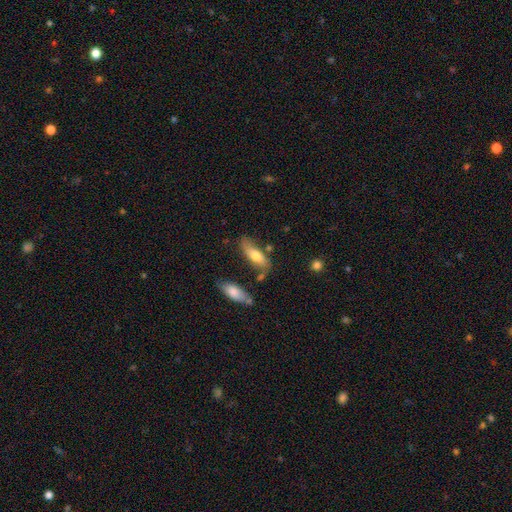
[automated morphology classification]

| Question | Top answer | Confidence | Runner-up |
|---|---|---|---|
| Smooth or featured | smooth | 66% | featured or disk (27%) |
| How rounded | in between | 63% | cigar-shaped (34%) |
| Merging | none | 63% | minor disturbance (22%) |